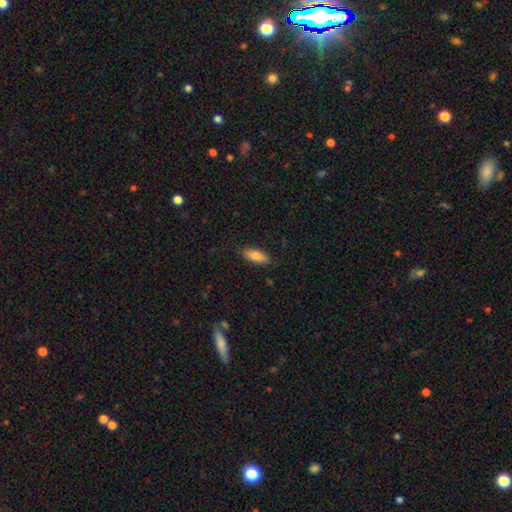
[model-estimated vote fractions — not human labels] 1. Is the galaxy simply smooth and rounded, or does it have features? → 82% smooth, 11% featured or disk, 6% star or artifact.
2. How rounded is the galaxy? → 81% in between, 17% cigar-shaped, 2% round.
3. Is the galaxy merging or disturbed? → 85% none, 11% minor disturbance, 2% major disturbance, 1% merger.